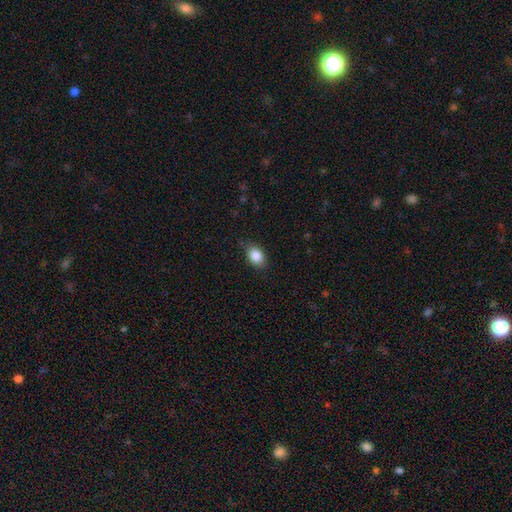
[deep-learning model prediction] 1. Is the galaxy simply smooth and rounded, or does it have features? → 86% smooth, 8% star or artifact, 6% featured or disk.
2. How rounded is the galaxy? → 79% in between, 19% round, 1% cigar-shaped.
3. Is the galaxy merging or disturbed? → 80% none, 15% minor disturbance, 3% major disturbance, 1% merger.